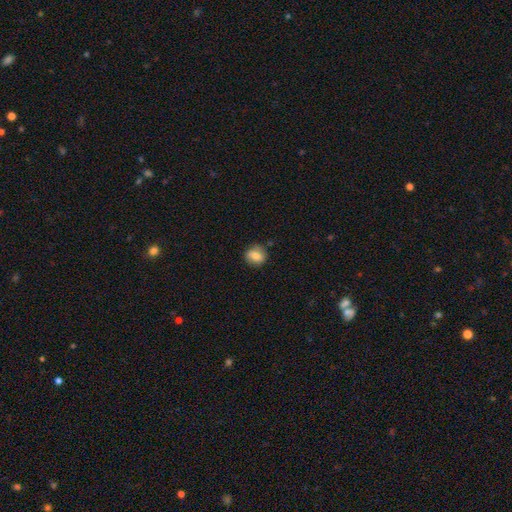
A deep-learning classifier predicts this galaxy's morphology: A smooth galaxy with no disk features (79%) that is round (65%).

Vote fractions:
- Smooth or featured? smooth: 79% / featured or disk: 13% / star or artifact: 9%
- How rounded? round: 65% / in between: 34% / cigar-shaped: 1%
- Merging? none: 79% / minor disturbance: 15% / major disturbance: 3% / merger: 2%